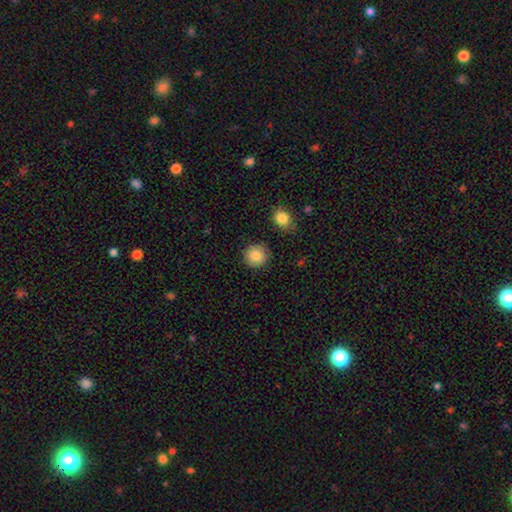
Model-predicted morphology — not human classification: Smooth or featured? Predicted: smooth (p=0.87). How rounded? Predicted: round (p=0.93). Merging? Predicted: none (p=0.89).